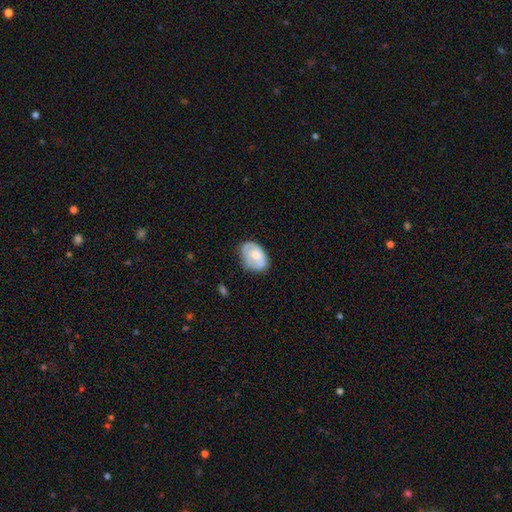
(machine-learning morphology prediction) The model was most divided on "merging": none: 55%, minor disturbance: 31%, major disturbance: 10%, merger: 4%. More confident: how rounded — in between (84%); smooth or featured — smooth (61%).